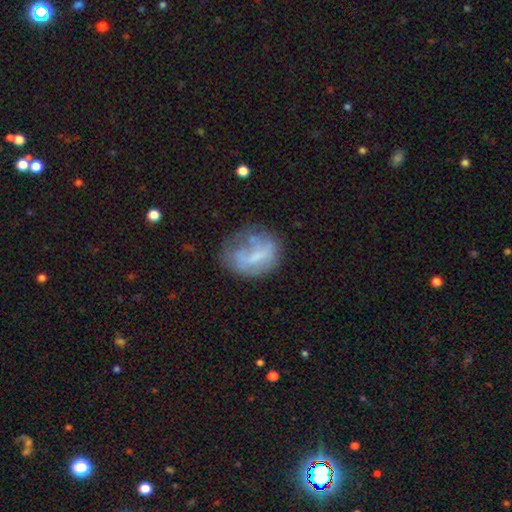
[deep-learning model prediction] A smooth galaxy with no disk features (45%, tied with featured or disk).

Vote fractions:
- Smooth or featured? smooth: 45% (tied) / featured or disk: 45% (tied) / star or artifact: 10%
- Merging? none: 46% / minor disturbance: 28% / major disturbance: 22% / merger: 5%